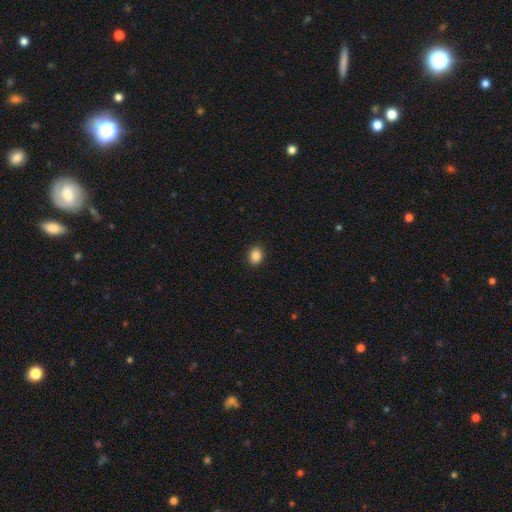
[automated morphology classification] smooth-or-featured: smooth: 87% | star or artifact: 9% | featured or disk: 4%
  how-rounded: in between: 61% | round: 38% | cigar-shaped: 1%
  merging: none: 89% | minor disturbance: 8% | major disturbance: 2% | merger: 1%